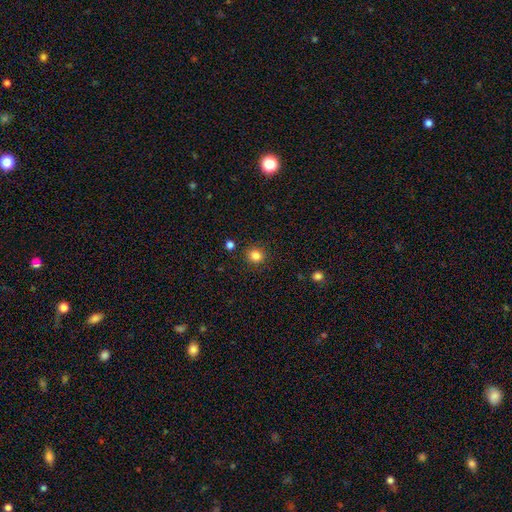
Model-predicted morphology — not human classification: type=smooth (83%); roundness=round (87%); merging=none (89%).